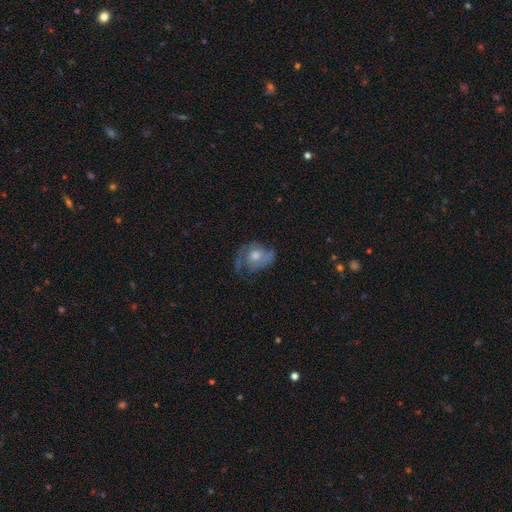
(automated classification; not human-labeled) smooth_or_featured: featured or disk (p=0.69) [alt: smooth p=0.21]
disk_edge_on: no (p=0.97) [alt: yes p=0.03]
bar: no (p=0.74) [alt: weak p=0.22]
has_spiral_arms: yes (p=0.84) [alt: no p=0.16]
spiral_winding: medium (p=0.45) [alt: tight p=0.29]
spiral_arm_count: 2 (p=0.53) [alt: can't tell p=0.20]
bulge_size: moderate (p=0.65) [alt: small p=0.18]
merging: none (p=0.54) [alt: minor disturbance p=0.23]